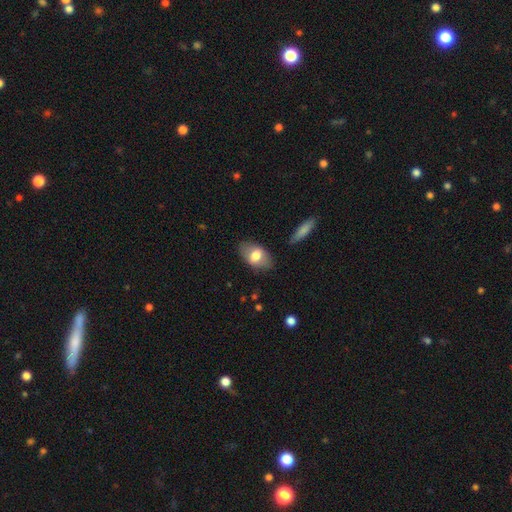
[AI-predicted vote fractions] Smooth or featured? smooth (67%)
How rounded? in between (90%)
Merging? none (80%)